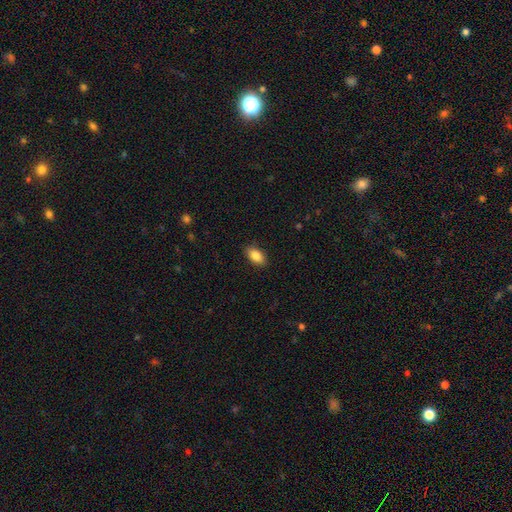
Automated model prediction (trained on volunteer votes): Morphology: type=smooth (87%); roundness=in between (91%); merging=none (88%).